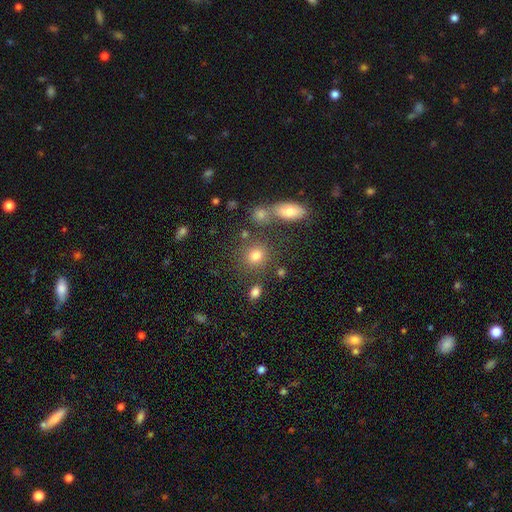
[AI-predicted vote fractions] Q: Smooth or featured?
A: smooth (77%); runner-up: star or artifact (14%)
Q: How rounded?
A: round (69%); runner-up: in between (30%)
Q: Merging?
A: none (70%); runner-up: merger (14%)